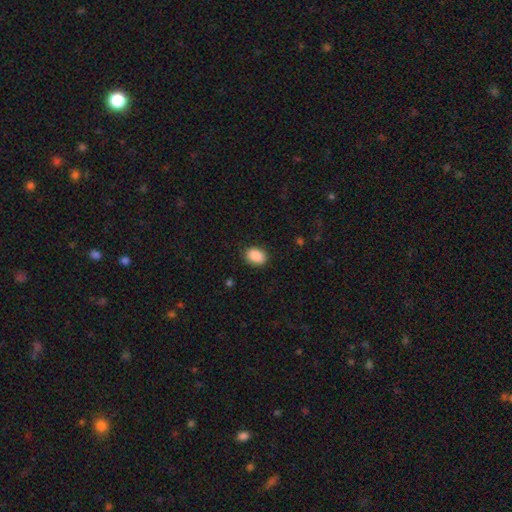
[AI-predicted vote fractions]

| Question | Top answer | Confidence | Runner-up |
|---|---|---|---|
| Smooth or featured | smooth | 90% | star or artifact (8%) |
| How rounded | in between | 78% | round (21%) |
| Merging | none | 87% | minor disturbance (9%) |